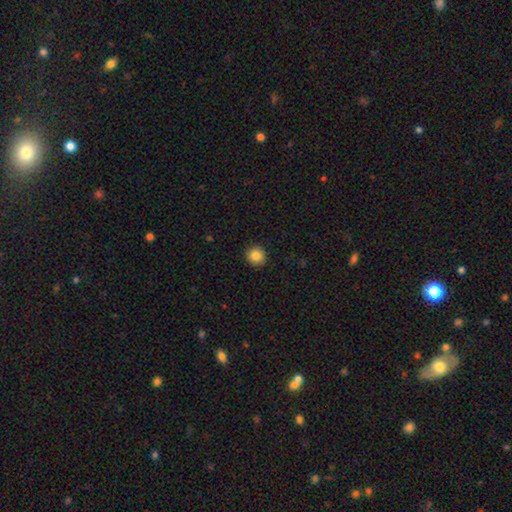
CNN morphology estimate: type=smooth (85%); roundness=round (93%); merging=none (92%).